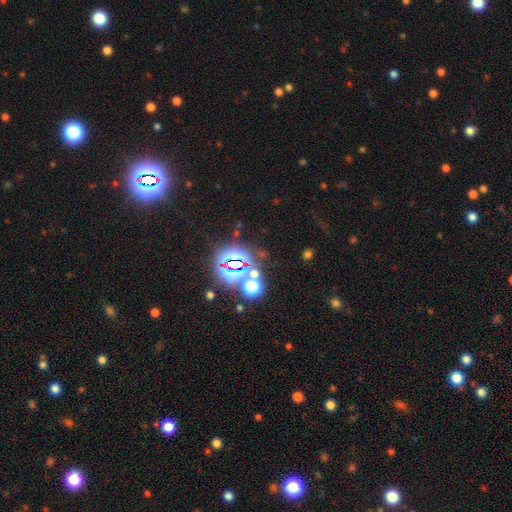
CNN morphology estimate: Smooth or featured? star or artifact (82%)